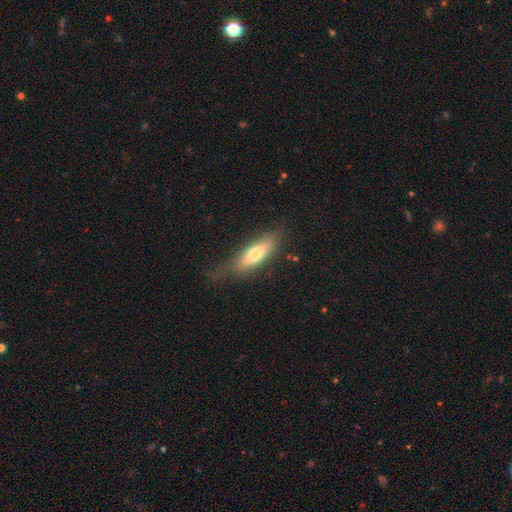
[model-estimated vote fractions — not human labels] This is likely a smooth galaxy (68%). How rounded: possibly in between (55%). Merging: likely none (65%).